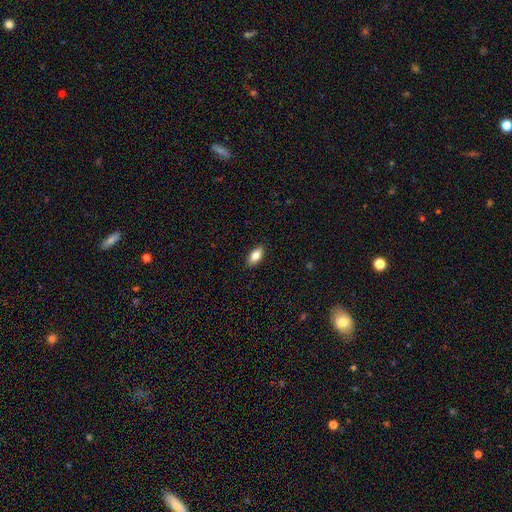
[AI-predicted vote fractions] smooth_or_featured: smooth (p=0.83) [alt: featured or disk p=0.10]
how_rounded: in between (p=0.90) [alt: cigar-shaped p=0.06]
merging: none (p=0.89) [alt: minor disturbance p=0.08]